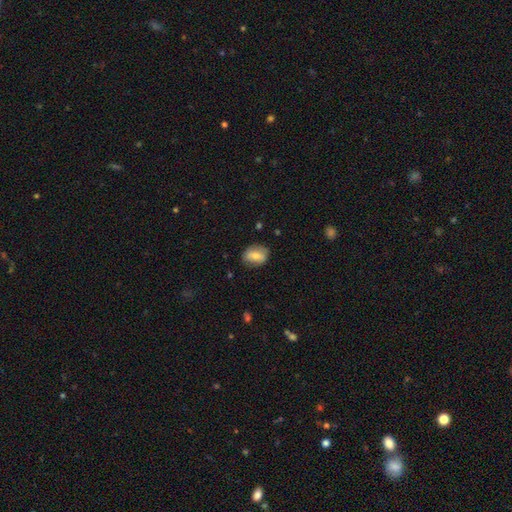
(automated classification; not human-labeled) Q: Smooth or featured?
A: smooth (68%); runner-up: featured or disk (24%)
Q: How rounded?
A: in between (71%); runner-up: round (27%)
Q: Merging?
A: none (78%); runner-up: minor disturbance (17%)